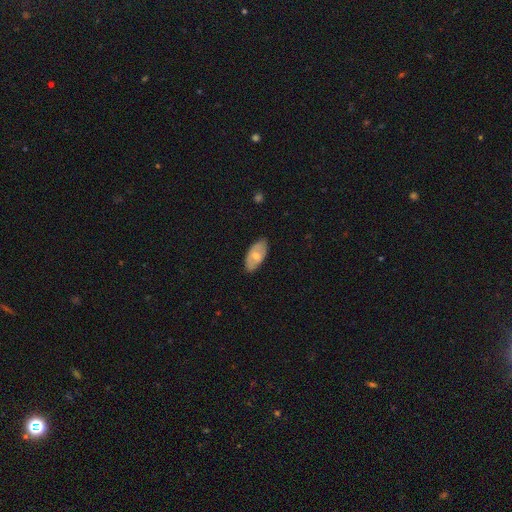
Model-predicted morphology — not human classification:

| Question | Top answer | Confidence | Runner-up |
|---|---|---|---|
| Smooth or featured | smooth | 58% | featured or disk (36%) |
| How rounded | in between | 93% | cigar-shaped (4%) |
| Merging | none | 82% | minor disturbance (15%) |